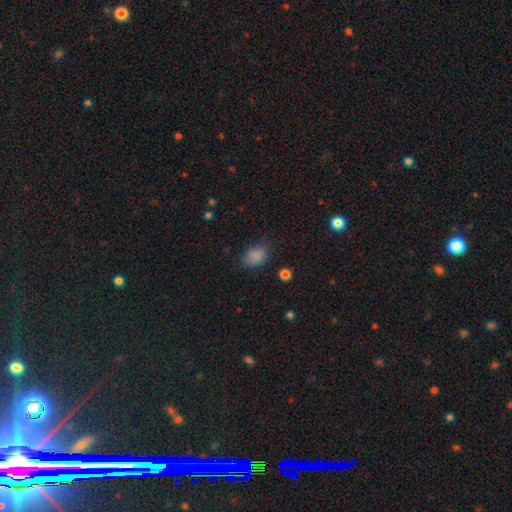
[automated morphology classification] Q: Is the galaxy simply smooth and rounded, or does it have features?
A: smooth — 83%.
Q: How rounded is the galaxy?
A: in between — 77%.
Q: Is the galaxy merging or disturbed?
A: none — 70%.